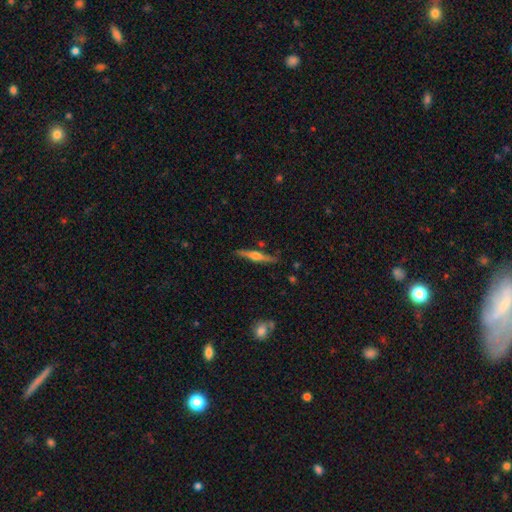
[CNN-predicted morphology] Smooth or featured?
  - featured or disk: 66% *
  - smooth: 28%
  - star or artifact: 6%
Edge-on disk?
  - yes: 97% *
  - no: 3%
Edge-on bulge?
  - rounded: 89% *
  - boxy: 6%
  - none: 4%
Merging?
  - none: 86% *
  - minor disturbance: 9%
  - merger: 3%
  - major disturbance: 2%